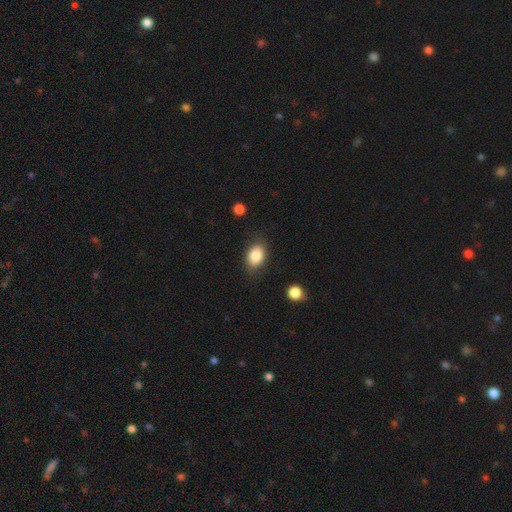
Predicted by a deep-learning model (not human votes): Smooth or featured?
  - smooth: 85% *
  - star or artifact: 8%
  - featured or disk: 7%
How rounded?
  - in between: 78% *
  - round: 21%
  - cigar-shaped: 1%
Merging?
  - none: 81% *
  - minor disturbance: 13%
  - major disturbance: 4%
  - merger: 2%